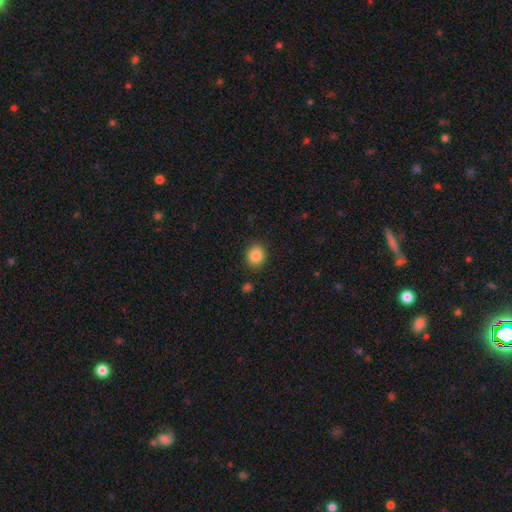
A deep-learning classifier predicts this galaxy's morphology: Smooth or featured? Predicted: smooth (p=0.86). How rounded? Predicted: round (p=0.76). Merging? Predicted: none (p=0.87).